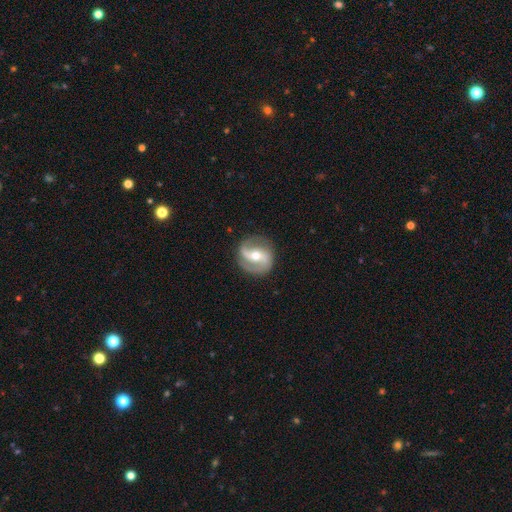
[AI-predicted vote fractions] A featured or disk galaxy (86%) with a weak bar (38%), 2 (88%) medium (48%) spiral arms (94%) and a moderate central bulge (63%). Merging: none (82%).